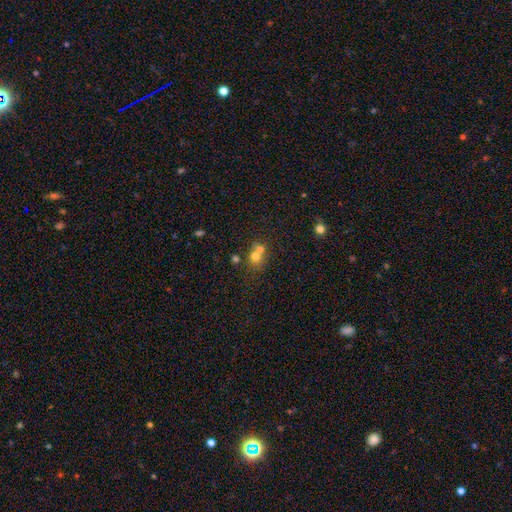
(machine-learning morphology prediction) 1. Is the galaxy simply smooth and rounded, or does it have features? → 66% smooth, 17% featured or disk, 17% star or artifact.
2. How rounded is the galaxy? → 75% round, 24% in between, 1% cigar-shaped.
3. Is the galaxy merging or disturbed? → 57% merger, 33% none, 6% minor disturbance, 3% major disturbance.